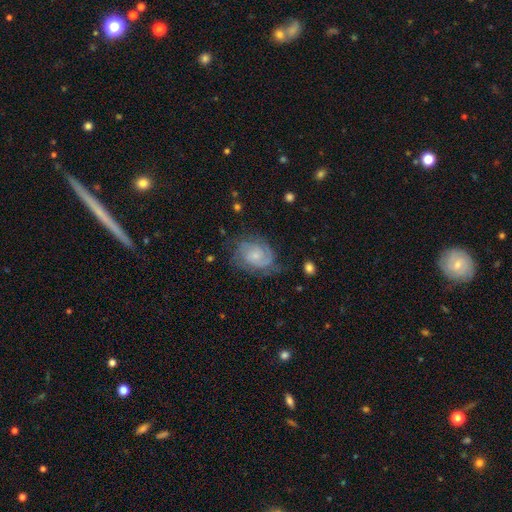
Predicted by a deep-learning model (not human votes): smooth-or-featured: featured or disk: 77% | smooth: 16% | star or artifact: 7%
  disk-edge-on: no: 98% | yes: 2%
    bar: no: 69% | weak: 28% | strong: 4%
    has-spiral-arms: yes: 94% | no: 6%
      spiral-winding: tight: 57% | medium: 34% | loose: 9%
      spiral-arm-count: 2: 49% | can't tell: 23% | 3: 13% | 1: 8% | 4: 4% | more than 4: 3%
    bulge-size: small: 63% | moderate: 24% | none: 9% | large: 2% | dominant: 1%
  merging: none: 65% | minor disturbance: 21% | major disturbance: 12% | merger: 1%